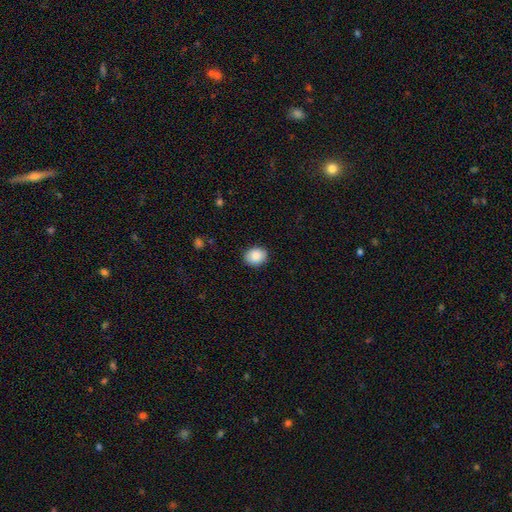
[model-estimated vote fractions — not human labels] Overall: smooth (89%). How rounded: round (50%; in between 49%). Merging: none (88%).